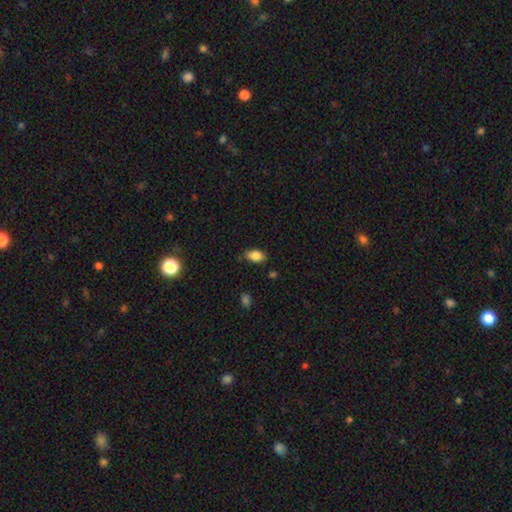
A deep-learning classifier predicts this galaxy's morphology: This appears to be a smooth galaxy with no disk features (85%) that is in between round and cigar-shaped (88%). Merging: none (74%).